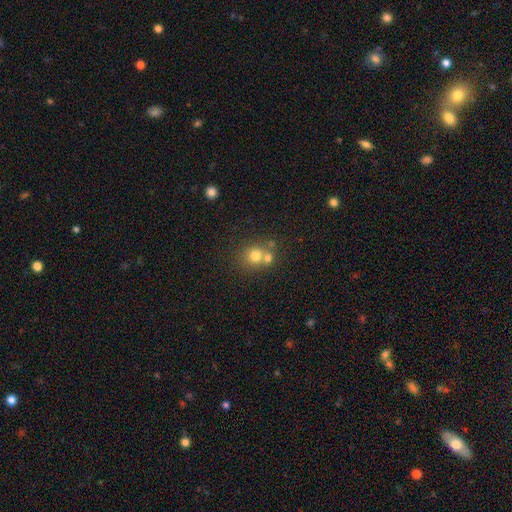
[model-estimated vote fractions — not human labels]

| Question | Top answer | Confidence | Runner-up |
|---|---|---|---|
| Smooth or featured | smooth | 74% | star or artifact (13%) |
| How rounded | round | 84% | in between (15%) |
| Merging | none | 48% | merger (42%) |